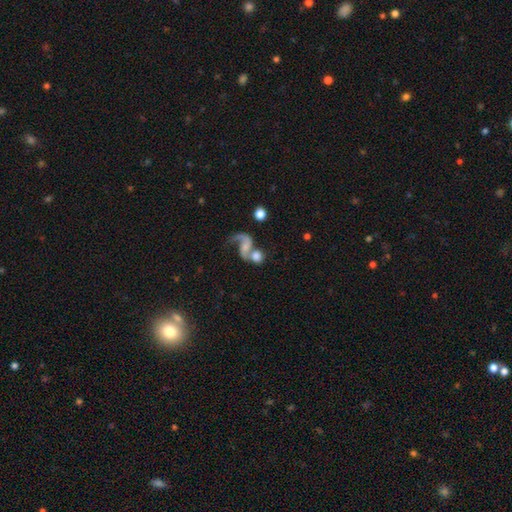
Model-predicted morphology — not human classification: A featured or disk galaxy (53%) with no bar (61%), spiral arms (80%) and a small central bulge (35%). Merging: merger (52%).